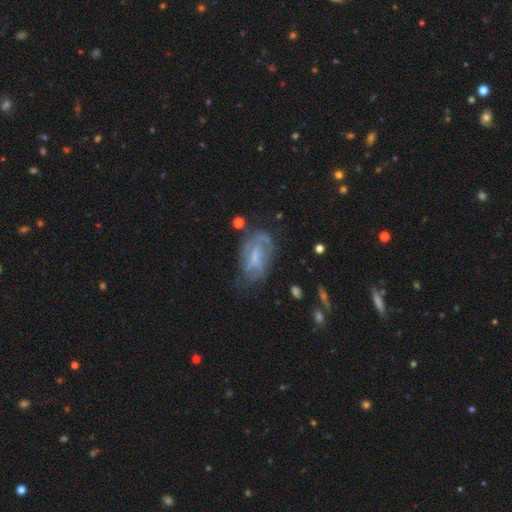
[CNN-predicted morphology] The model was most divided on "bulge size": small: 37%, none: 35%, moderate: 24%, large: 3%, dominant: 1%. Remaining: edge-on disk — no (94%); spiral arms — yes (73%); smooth or featured — featured or disk (65%); merging — none (53%); bar — weak (49%).